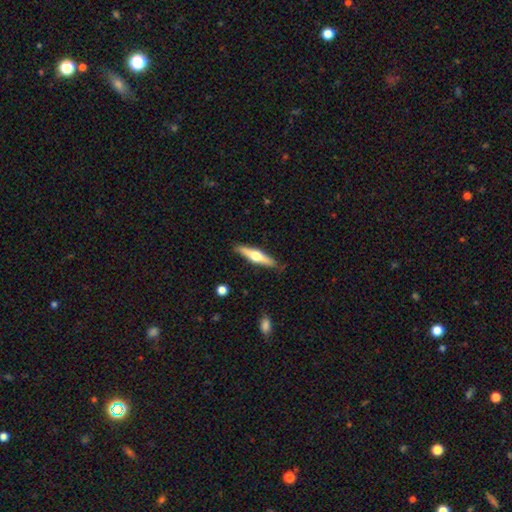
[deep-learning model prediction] A featured or disk galaxy (60%) viewed edge-on (96%) with a rounded central bulge (94%). Merging: none (87%).